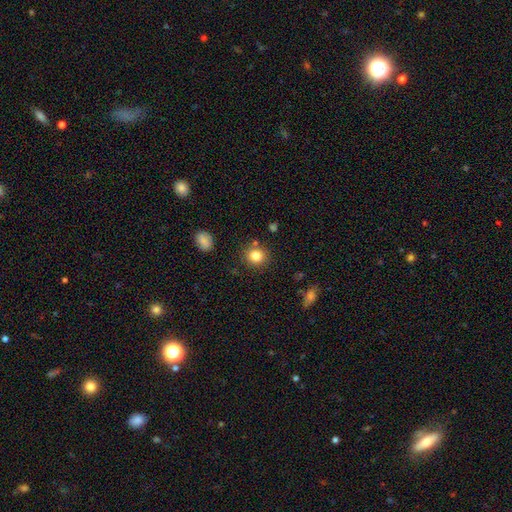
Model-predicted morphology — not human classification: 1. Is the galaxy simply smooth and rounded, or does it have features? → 82% smooth, 11% star or artifact, 6% featured or disk.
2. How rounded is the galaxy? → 85% round, 14% in between, 1% cigar-shaped.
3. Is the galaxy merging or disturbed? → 84% none, 9% minor disturbance, 5% merger, 3% major disturbance.